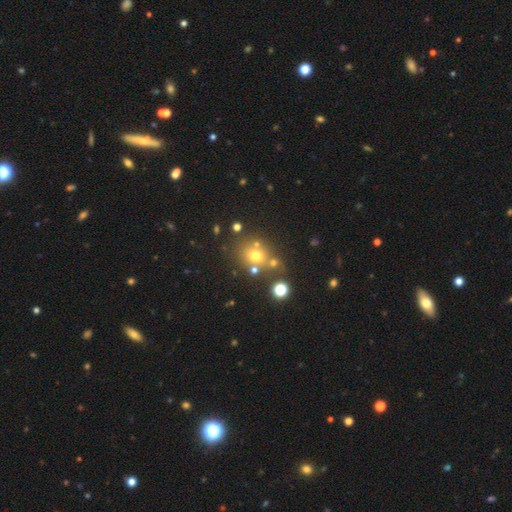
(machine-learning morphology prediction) smooth_or_featured: smooth (p=0.64) [alt: star or artifact p=0.21]
how_rounded: round (p=0.70) [alt: in between p=0.29]
merging: none (p=0.63) [alt: merger p=0.19]